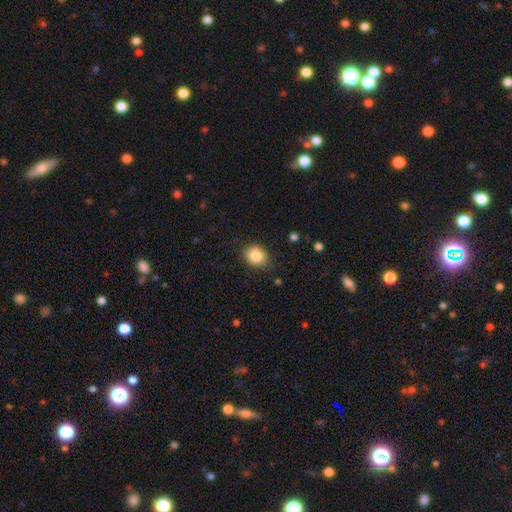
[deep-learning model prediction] A smooth galaxy with no disk features (85%) that is round (56%).

Vote fractions:
- Smooth or featured? smooth: 85% / star or artifact: 9% / featured or disk: 6%
- How rounded? round: 56% / in between: 43% / cigar-shaped: 1%
- Merging? none: 82% / minor disturbance: 14% / major disturbance: 3% / merger: 1%